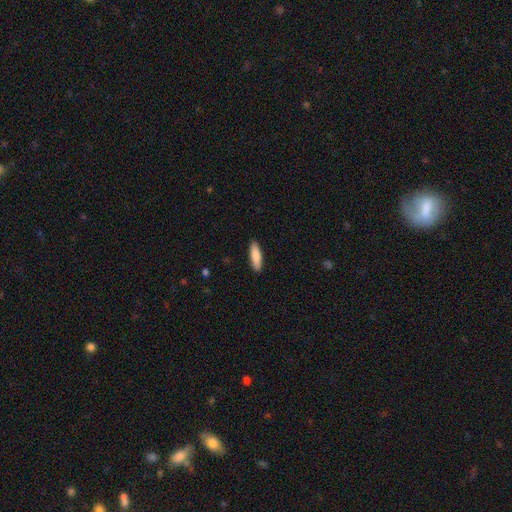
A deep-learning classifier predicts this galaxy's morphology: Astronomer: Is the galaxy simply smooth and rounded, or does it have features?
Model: smooth — 86%.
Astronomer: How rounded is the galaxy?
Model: cigar-shaped — 57% (runner-up: in between, 41%).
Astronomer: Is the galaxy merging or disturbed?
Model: none — 90%.